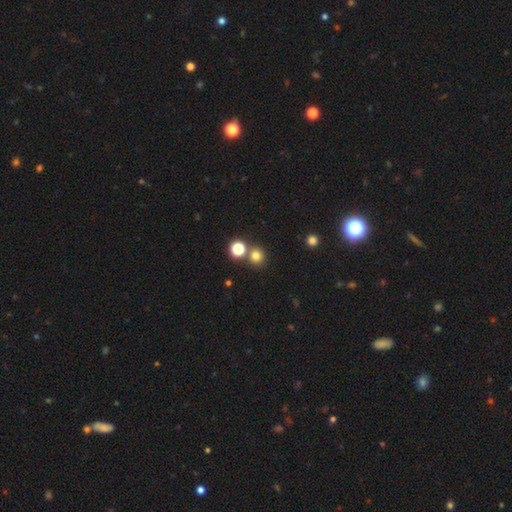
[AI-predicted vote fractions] Smooth or featured? Predicted: smooth (p=0.76). How rounded? Predicted: round (p=0.90). Merging? Predicted: none (p=0.73).